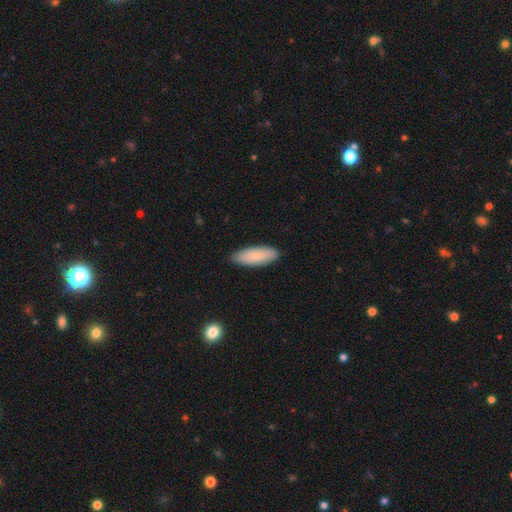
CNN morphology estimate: A smooth galaxy with no disk features (81%) that is in between round and cigar-shaped (68%).

Vote fractions:
- Smooth or featured? smooth: 81% / featured or disk: 13% / star or artifact: 6%
- How rounded? in between: 68% / cigar-shaped: 30% / round: 2%
- Merging? none: 87% / minor disturbance: 10% / major disturbance: 2% / merger: 1%